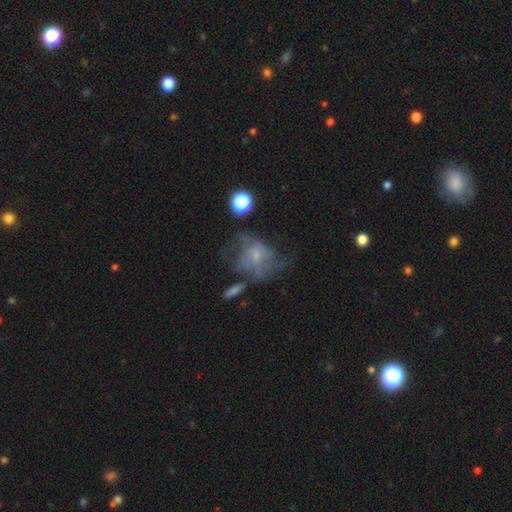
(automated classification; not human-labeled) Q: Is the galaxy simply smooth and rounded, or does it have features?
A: featured or disk — 53%.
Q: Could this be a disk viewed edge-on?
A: no — 96%.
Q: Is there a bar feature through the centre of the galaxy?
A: no — 73%.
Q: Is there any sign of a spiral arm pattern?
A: no — 54%.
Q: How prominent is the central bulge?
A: small — 55%.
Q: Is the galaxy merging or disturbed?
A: major disturbance — 38%.